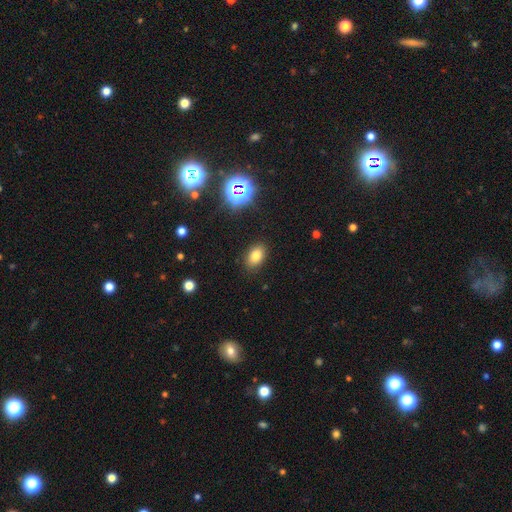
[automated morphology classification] Overall: smooth (77%). How rounded: in between (85%). Merging: none (87%).